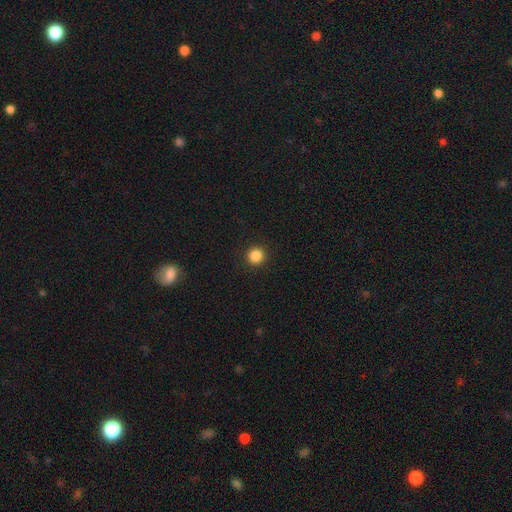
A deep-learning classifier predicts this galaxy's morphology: Q: Smooth or featured?
A: smooth (86%); runner-up: star or artifact (11%)
Q: How rounded?
A: round (93%); runner-up: in between (6%)
Q: Merging?
A: none (93%); runner-up: minor disturbance (5%)